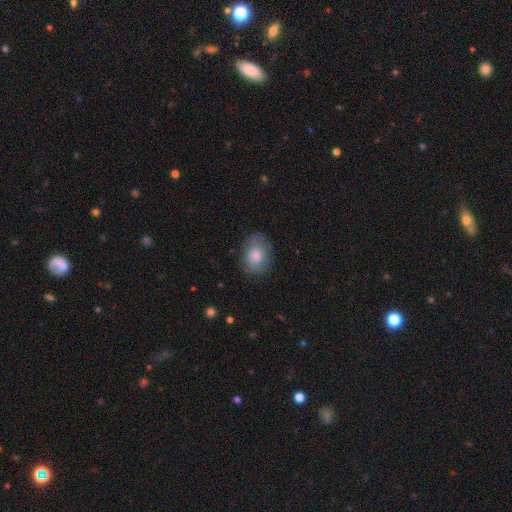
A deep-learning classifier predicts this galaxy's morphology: This appears to be a smooth galaxy with no disk features (77%) that is in between round and cigar-shaped (70%). Merging: none (71%).